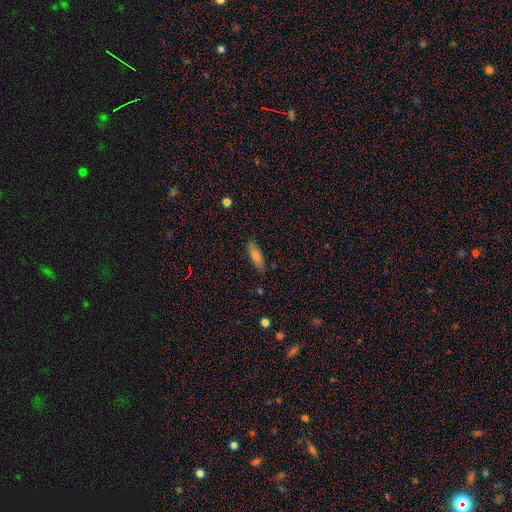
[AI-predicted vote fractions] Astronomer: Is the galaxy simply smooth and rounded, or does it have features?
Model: smooth — 69%.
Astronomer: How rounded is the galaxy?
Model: cigar-shaped — 57% (runner-up: in between, 40%).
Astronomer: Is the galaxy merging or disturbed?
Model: none — 87%.